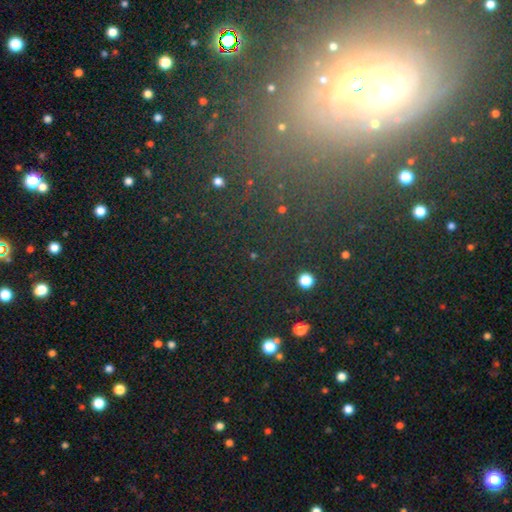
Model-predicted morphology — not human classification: Smooth or featured: star or artifact — 66% (smooth — 22%)